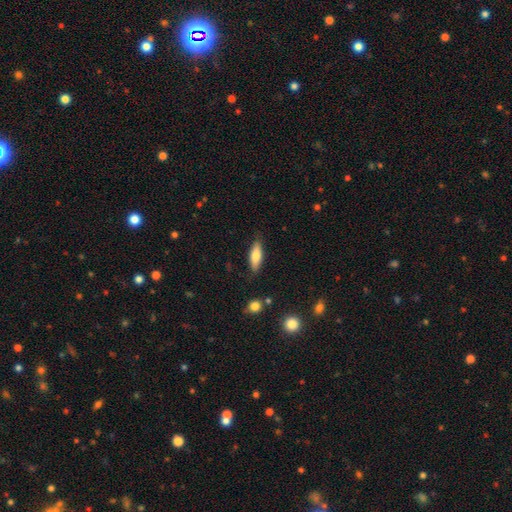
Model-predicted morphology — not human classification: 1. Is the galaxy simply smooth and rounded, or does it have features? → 76% smooth, 17% featured or disk, 6% star or artifact.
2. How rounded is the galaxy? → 58% in between, 40% cigar-shaped, 2% round.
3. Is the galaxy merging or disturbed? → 82% none, 14% minor disturbance, 3% major disturbance, 2% merger.